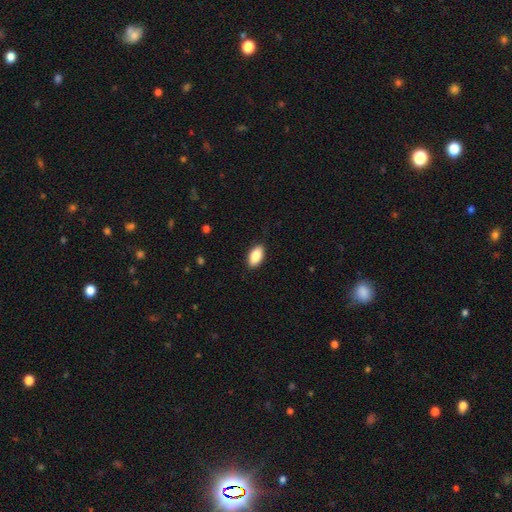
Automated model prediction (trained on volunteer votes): smooth-or-featured: smooth: 86% | featured or disk: 7% | star or artifact: 7%
  how-rounded: in between: 93% | round: 4% | cigar-shaped: 3%
  merging: none: 87% | minor disturbance: 10% | major disturbance: 2% | merger: 1%